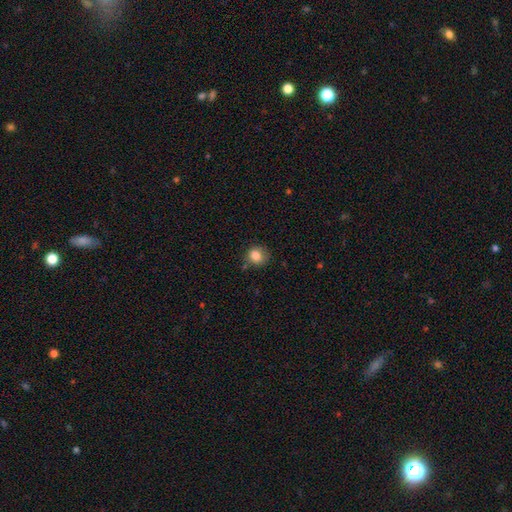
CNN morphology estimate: smooth 83%, star or artifact 10%, featured or disk 6%. Down the decision tree: how rounded — round (81%); merging — none (76%).